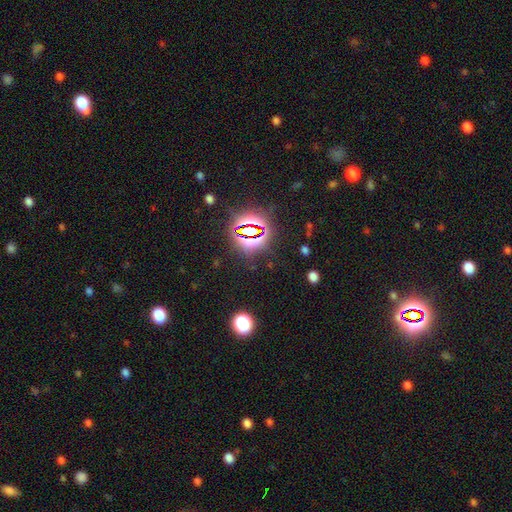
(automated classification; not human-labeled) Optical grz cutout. It shows a star or artifact, not a galaxy (83%).